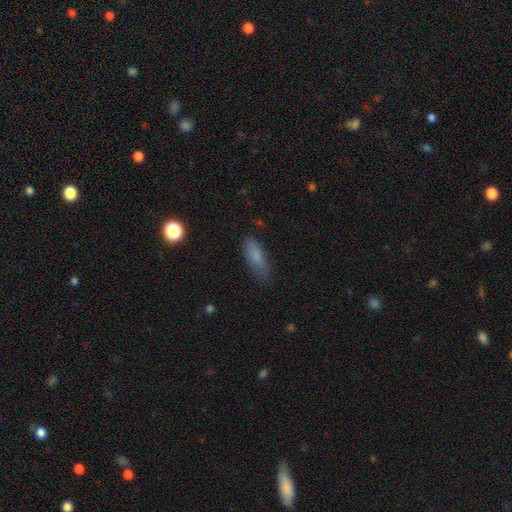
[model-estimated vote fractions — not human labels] Overall: smooth (80%). How rounded: in between (65%; cigar-shaped 33%). Merging: none (70%).